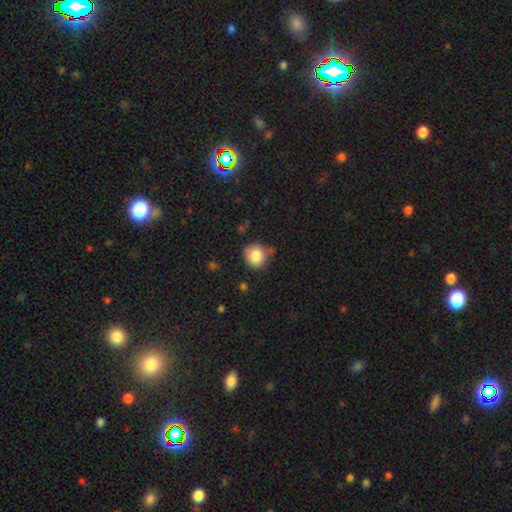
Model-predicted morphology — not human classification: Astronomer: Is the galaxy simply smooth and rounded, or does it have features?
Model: smooth — 82%.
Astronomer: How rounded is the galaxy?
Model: round — 90%.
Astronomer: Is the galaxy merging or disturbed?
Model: none — 72%.